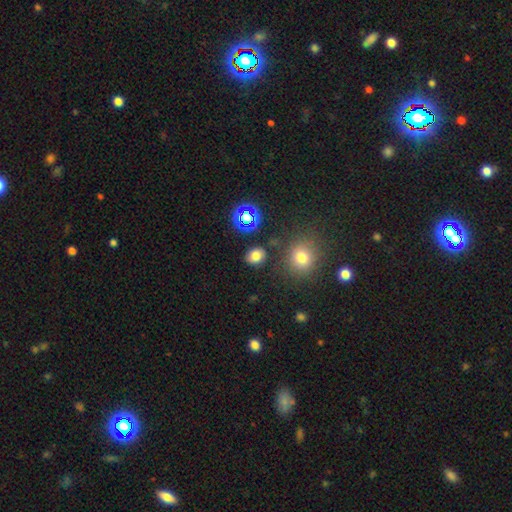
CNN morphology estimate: type=smooth (74%); roundness=round (51%); merging=none (82%).